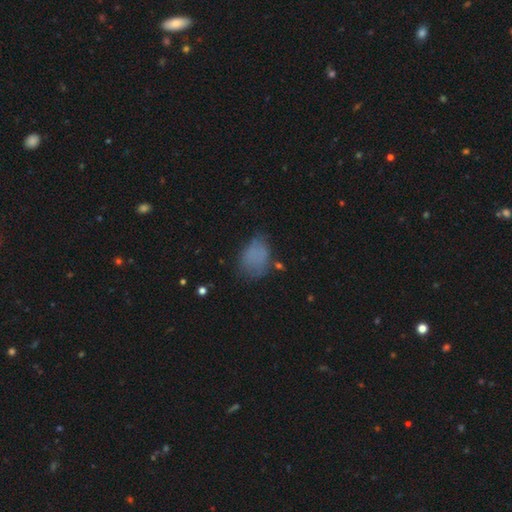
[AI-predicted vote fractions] smooth-or-featured: smooth: 73% | featured or disk: 14% | star or artifact: 14%
  how-rounded: in between: 75% | round: 23% | cigar-shaped: 2%
  merging: none: 50% | minor disturbance: 30% | major disturbance: 16% | merger: 4%